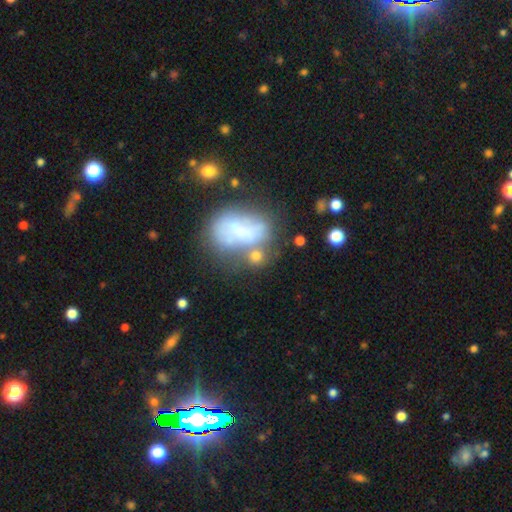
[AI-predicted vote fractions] Morphology: type=smooth (53%); roundness=in between (51%); merging=none (42%).